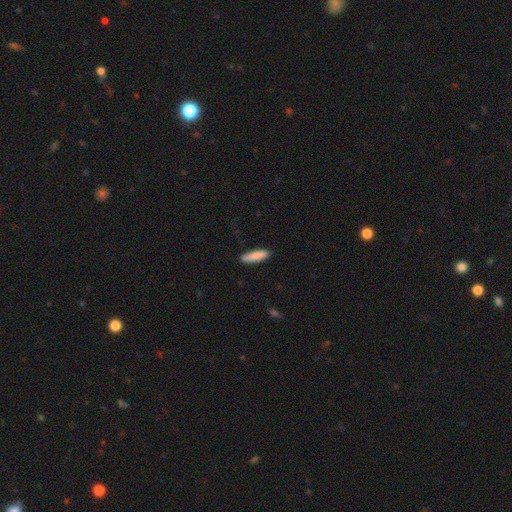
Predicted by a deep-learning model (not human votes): A smooth galaxy with no disk features (88%) that is cigar-shaped (71%). Merging: none (86%).